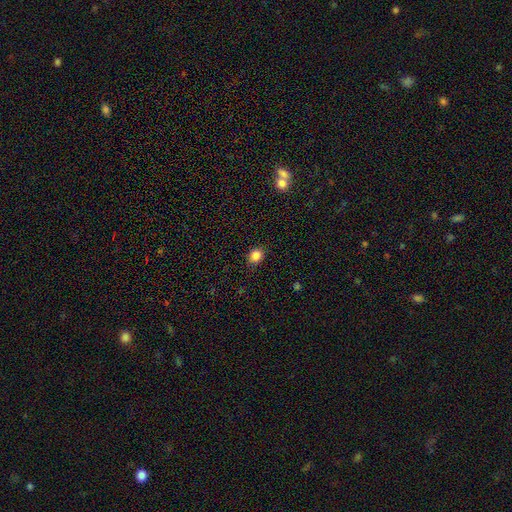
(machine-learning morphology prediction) Smooth or featured: smooth — 85% (star or artifact — 11%)
How rounded: round — 70% (in between — 29%)
Merging: none — 84% (minor disturbance — 12%)